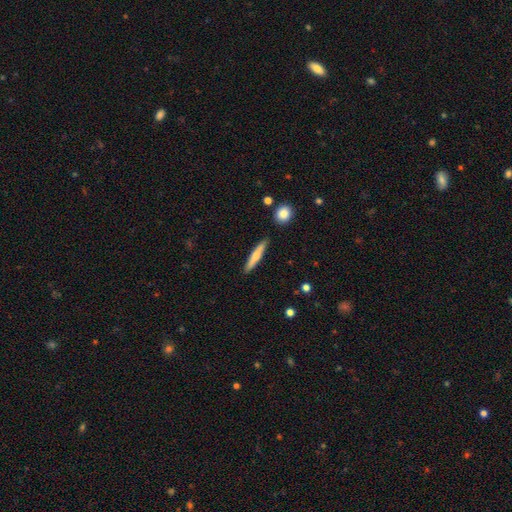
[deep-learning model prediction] This appears to be a smooth galaxy with no disk features (61%) that is cigar-shaped (91%). Merging: none (88%).